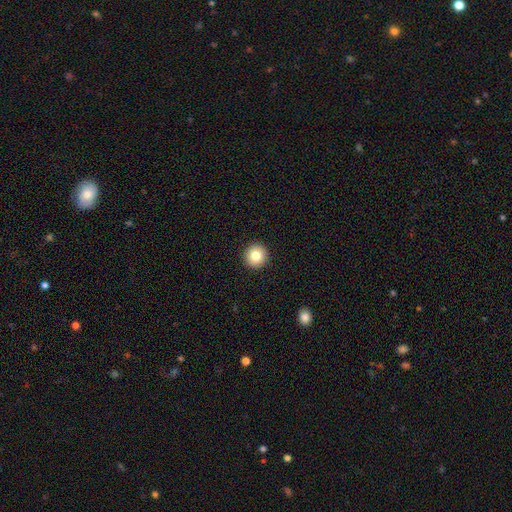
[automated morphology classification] Smooth or featured? Predicted: smooth (p=0.82). How rounded? Predicted: round (p=0.95). Merging? Predicted: none (p=0.94).